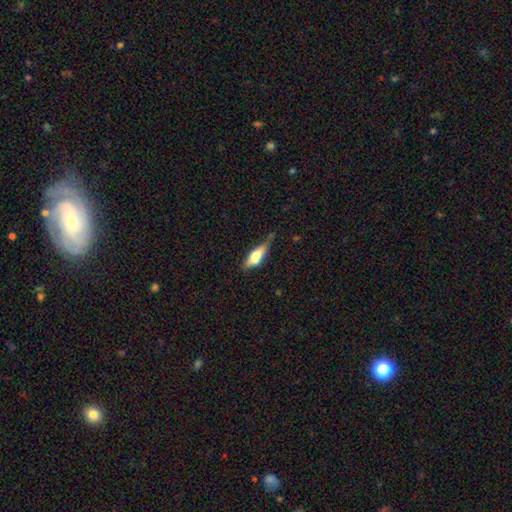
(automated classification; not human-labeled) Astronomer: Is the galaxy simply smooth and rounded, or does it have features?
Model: smooth — 52% (runner-up: featured or disk, 42%).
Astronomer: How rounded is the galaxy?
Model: in between — 52% (runner-up: cigar-shaped, 45%).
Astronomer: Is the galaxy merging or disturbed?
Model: none — 58%.